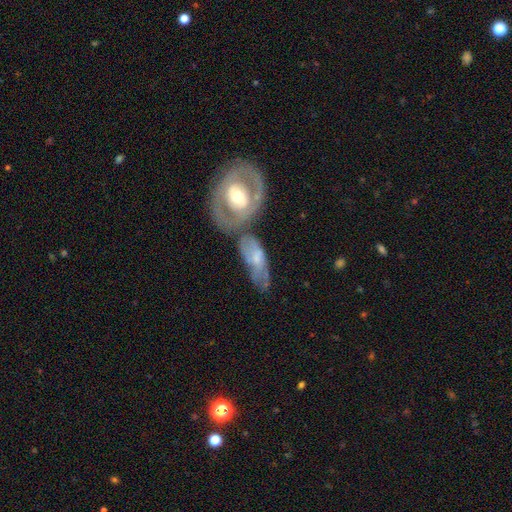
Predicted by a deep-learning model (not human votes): Smooth or featured? featured or disk (57%)
Edge-on disk? no (88%)
Bar? no (67%)
Spiral arms? yes (57%)
Bulge size? moderate (47%)
Merging? merger (35%)